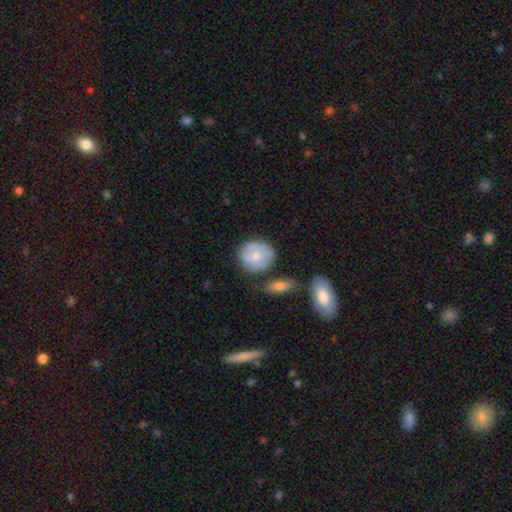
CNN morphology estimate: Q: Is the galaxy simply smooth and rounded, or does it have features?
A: featured or disk — 58%.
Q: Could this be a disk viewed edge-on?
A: no — 97%.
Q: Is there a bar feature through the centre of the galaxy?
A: no — 69%.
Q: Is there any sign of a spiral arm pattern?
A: yes — 84%.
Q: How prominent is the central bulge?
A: moderate — 58%.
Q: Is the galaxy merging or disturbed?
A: none — 67%.